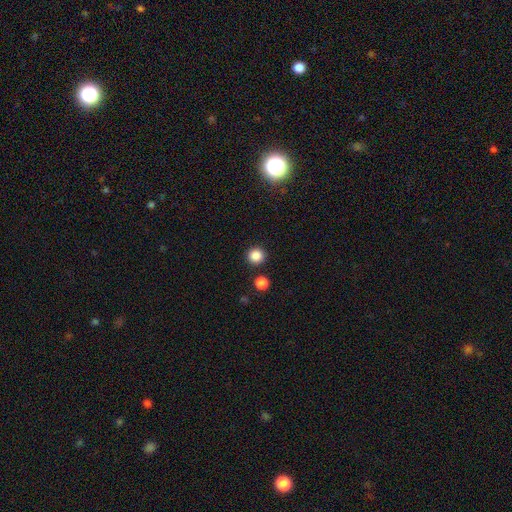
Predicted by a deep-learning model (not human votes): This appears to be a smooth galaxy with no disk features (86%) that is round (94%). Merging: none (90%).